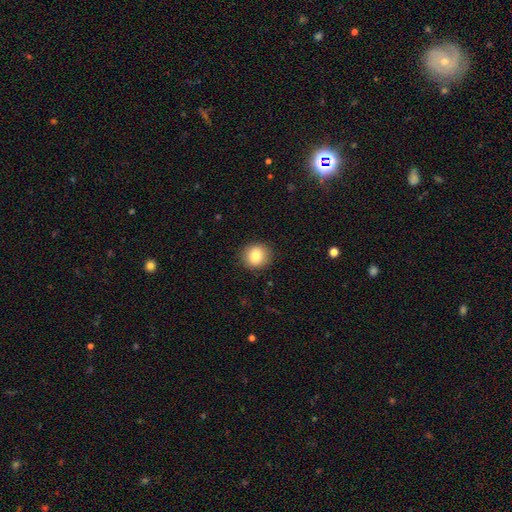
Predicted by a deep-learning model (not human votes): smooth 83%, star or artifact 9%, featured or disk 8%. Down the decision tree: how rounded — round (84%); merging — none (89%).